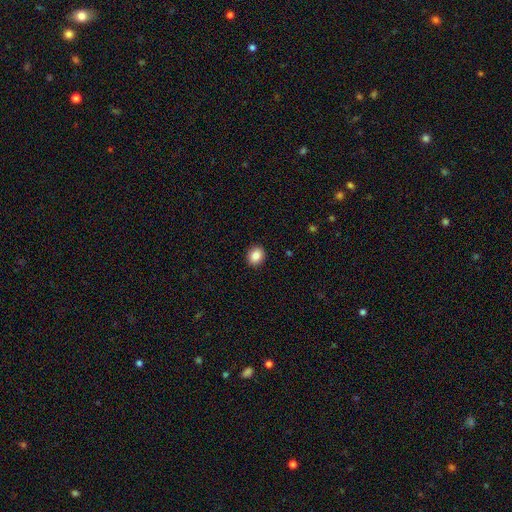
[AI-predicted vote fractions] A smooth galaxy with no disk features (86%) that is round (70%). Merging: none (91%).